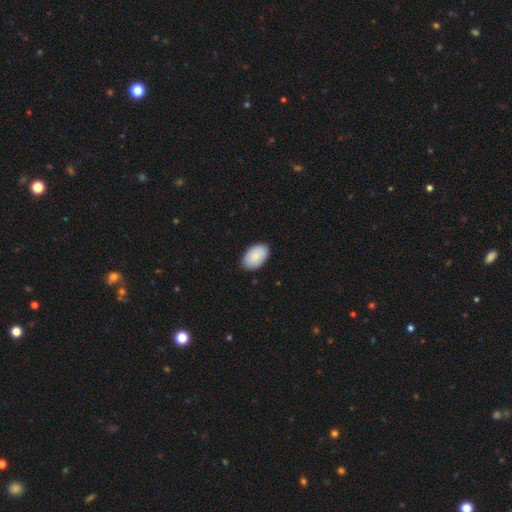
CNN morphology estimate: Smooth or featured? Predicted: smooth (p=0.88). How rounded? Predicted: in between (p=0.93). Merging? Predicted: none (p=0.87).